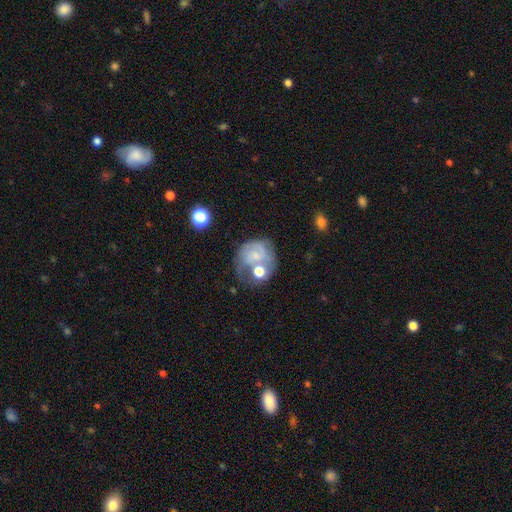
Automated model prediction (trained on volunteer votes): This is possibly a featured or disk galaxy (46%). Merging: marginally none (33%).